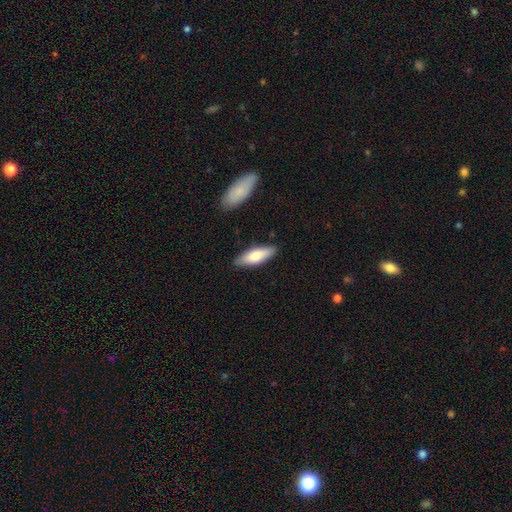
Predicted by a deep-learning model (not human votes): smooth-or-featured: smooth: 73% | featured or disk: 21% | star or artifact: 5%
  how-rounded: in between: 59% | cigar-shaped: 39% | round: 2%
  merging: none: 86% | minor disturbance: 10% | merger: 2% | major disturbance: 2%